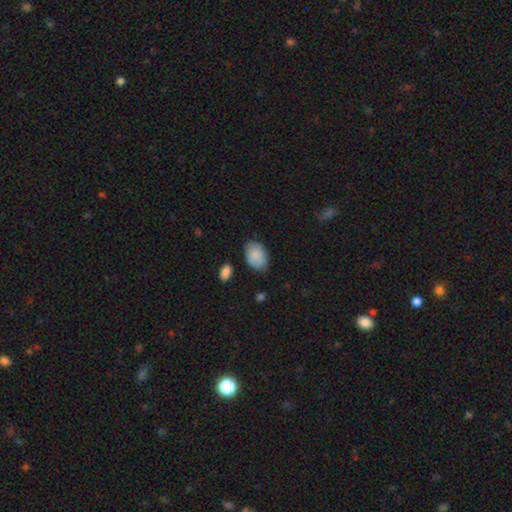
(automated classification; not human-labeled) This is clearly a smooth galaxy (85%). How rounded: clearly in between (85%). Merging: likely none (72%).